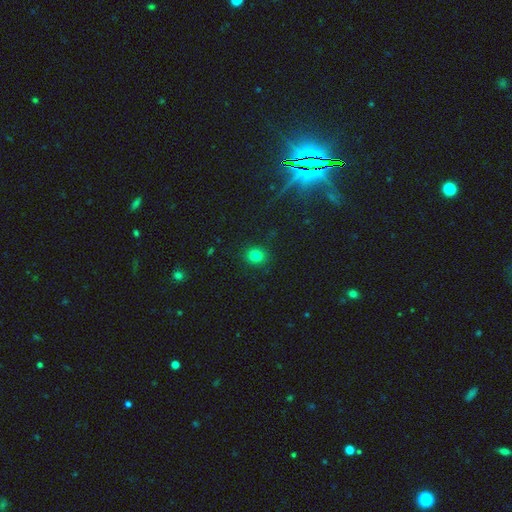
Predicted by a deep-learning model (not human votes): Q: Smooth or featured?
A: smooth (81%); runner-up: star or artifact (14%)
Q: How rounded?
A: round (78%); runner-up: in between (21%)
Q: Merging?
A: none (89%); runner-up: minor disturbance (7%)